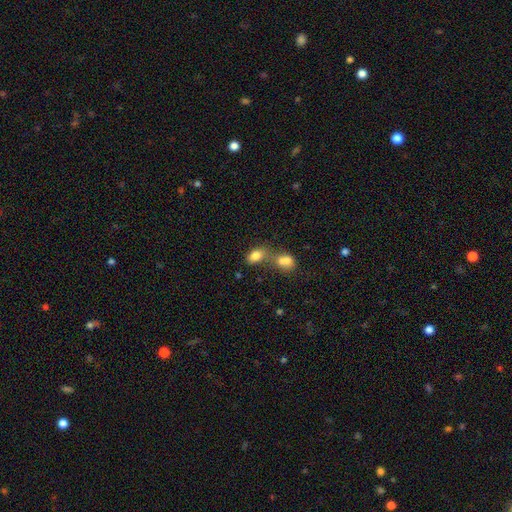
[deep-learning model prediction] Smooth or featured? Predicted: smooth (p=0.81). How rounded? Predicted: in between (p=0.84). Merging? Predicted: merger (p=0.50).